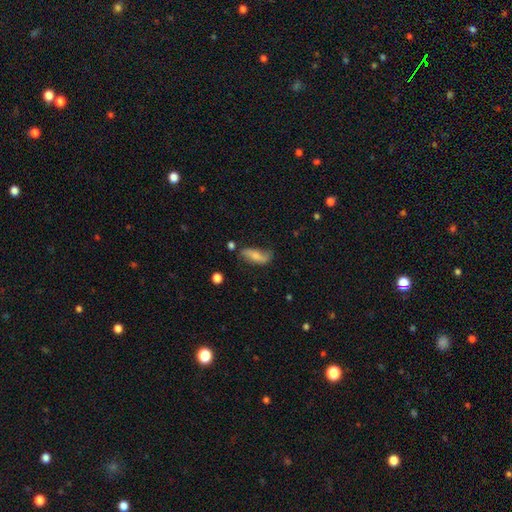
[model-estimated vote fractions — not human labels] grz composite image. It shows a smooth galaxy with no disk features (52%) that is in between round and cigar-shaped (71%). Merging: none (56%).